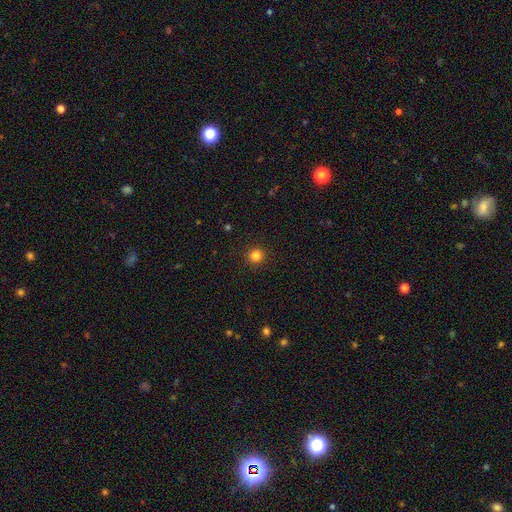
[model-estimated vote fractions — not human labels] Q: Smooth or featured?
A: smooth (82%); runner-up: star or artifact (13%)
Q: How rounded?
A: round (94%); runner-up: in between (5%)
Q: Merging?
A: none (92%); runner-up: minor disturbance (5%)